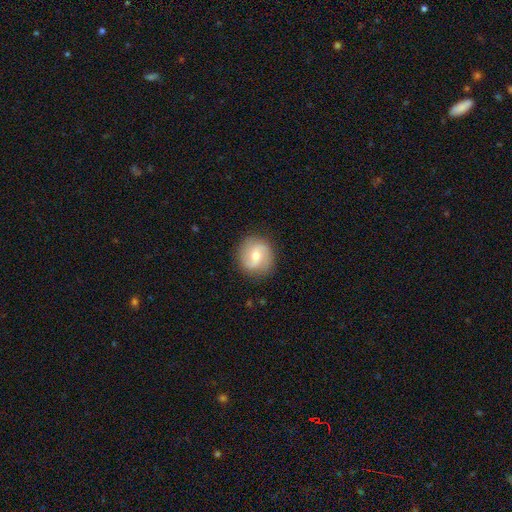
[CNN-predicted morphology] A featured or disk galaxy (65%) with a weak bar (48%), 2 (85%) medium (43%) spiral arms (92%) and a moderate central bulge (54%). Merging: none (85%).